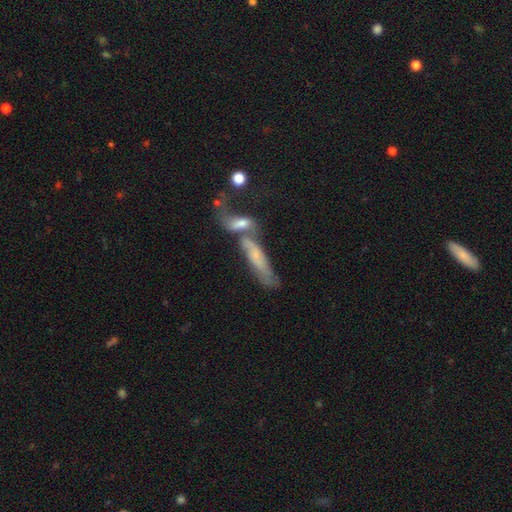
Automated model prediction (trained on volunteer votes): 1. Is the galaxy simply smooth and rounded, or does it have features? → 46% featured or disk, 45% smooth, 9% star or artifact.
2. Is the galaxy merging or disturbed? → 59% merger, 21% none, 11% minor disturbance, 10% major disturbance.